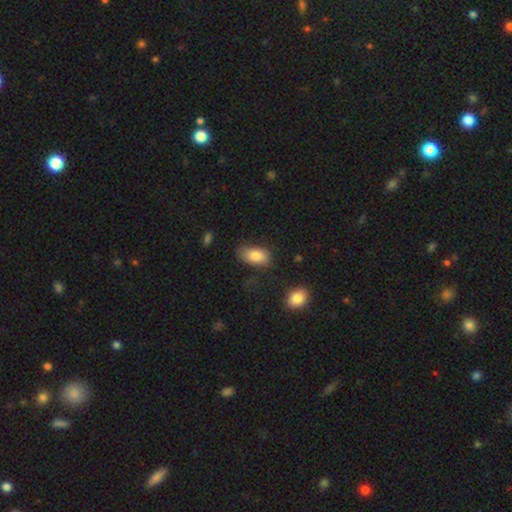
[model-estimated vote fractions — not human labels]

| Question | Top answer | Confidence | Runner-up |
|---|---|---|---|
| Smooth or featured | smooth | 84% | featured or disk (10%) |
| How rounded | in between | 93% | round (4%) |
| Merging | none | 68% | minor disturbance (23%) |